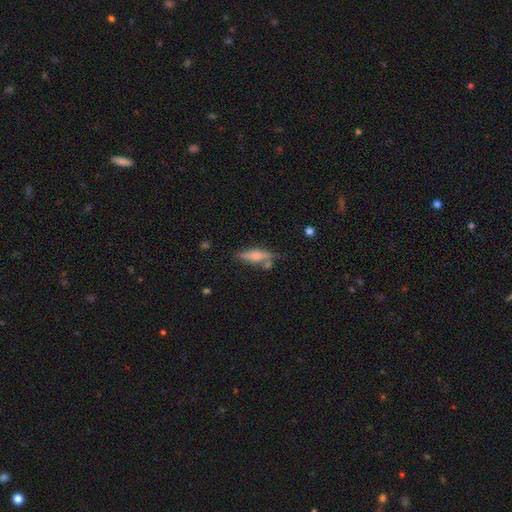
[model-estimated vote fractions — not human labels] Overall: smooth (48%; featured or disk 43%). Merging: none (63%).